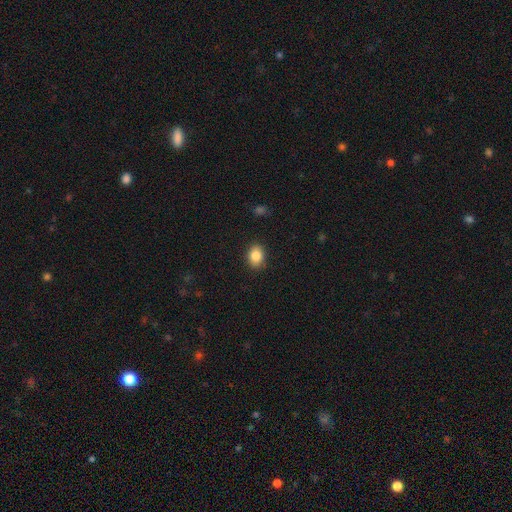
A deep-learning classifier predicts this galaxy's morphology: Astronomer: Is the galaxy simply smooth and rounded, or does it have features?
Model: smooth — 86%.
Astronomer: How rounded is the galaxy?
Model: in between — 60% (runner-up: round, 39%).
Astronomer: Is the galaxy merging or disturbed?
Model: none — 88%.